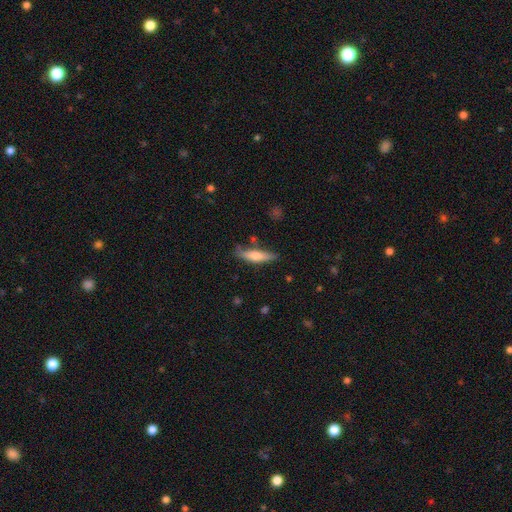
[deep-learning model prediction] A smooth galaxy with no disk features (59%) that is cigar-shaped (76%).

Vote fractions:
- Smooth or featured? smooth: 59% / featured or disk: 35% / star or artifact: 6%
- How rounded? cigar-shaped: 76% / in between: 22% / round: 2%
- Merging? none: 76% / minor disturbance: 16% / merger: 4% / major disturbance: 3%